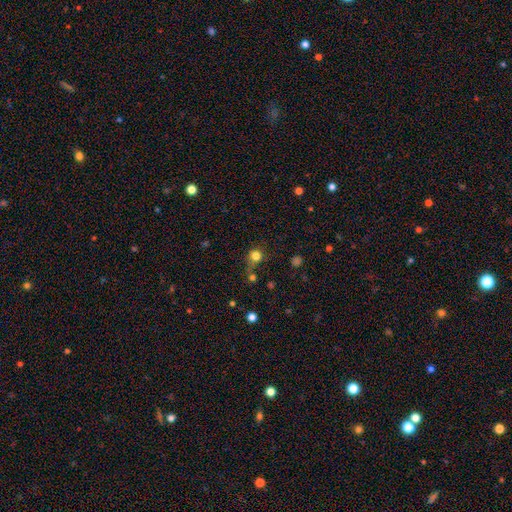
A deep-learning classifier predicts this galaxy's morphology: smooth 78%, star or artifact 15%, featured or disk 6%. Down the decision tree: how rounded — round (89%); merging — none (61%).